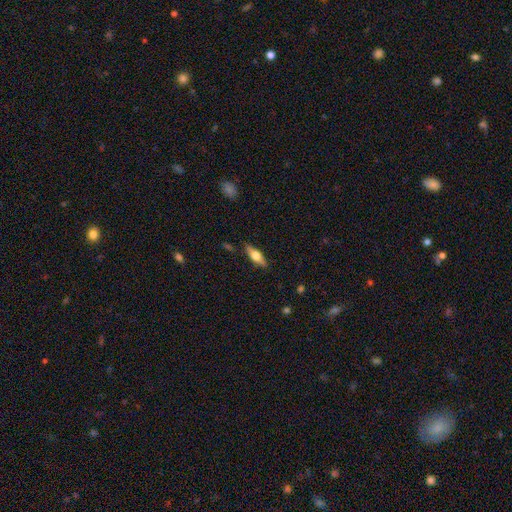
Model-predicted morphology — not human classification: Smooth or featured?
  - smooth: 51% *
  - featured or disk: 42%
  - star or artifact: 6%
How rounded?
  - in between: 55% *
  - cigar-shaped: 43%
  - round: 3%
Merging?
  - none: 85% *
  - minor disturbance: 11%
  - major disturbance: 2%
  - merger: 1%